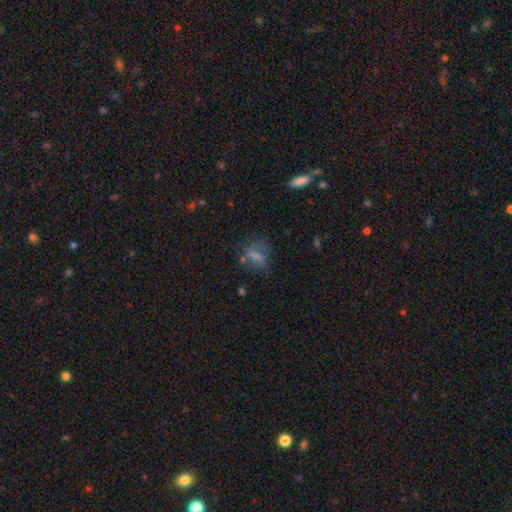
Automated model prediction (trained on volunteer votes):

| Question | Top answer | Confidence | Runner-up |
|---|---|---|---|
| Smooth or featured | smooth | 58% | featured or disk (27%) |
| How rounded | in between | 64% | round (24%) |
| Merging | none | 46% | major disturbance (26%) |